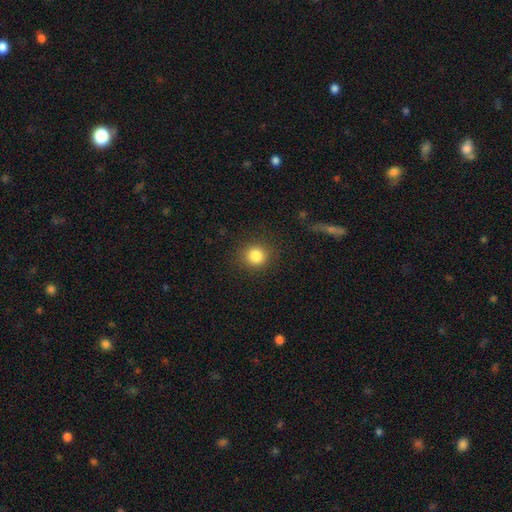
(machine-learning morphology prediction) smooth-or-featured: smooth: 84% | star or artifact: 11% | featured or disk: 5%
  how-rounded: round: 89% | in between: 10% | cigar-shaped: 1%
  merging: none: 89% | minor disturbance: 7% | major disturbance: 3% | merger: 1%